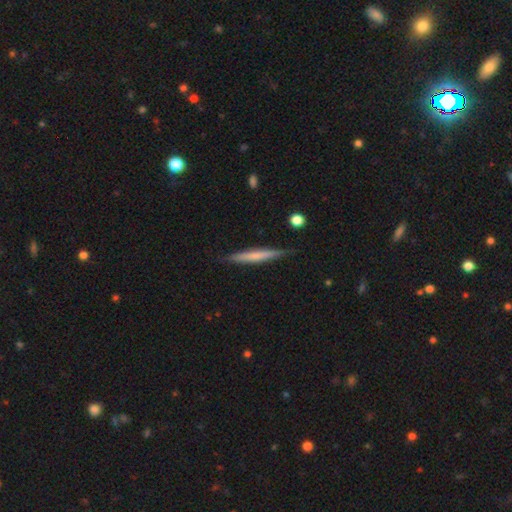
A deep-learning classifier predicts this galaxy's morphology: Smooth or featured: smooth — 56% (featured or disk — 39%)
How rounded: cigar-shaped — 95% (in between — 4%)
Merging: none — 87% (minor disturbance — 10%)